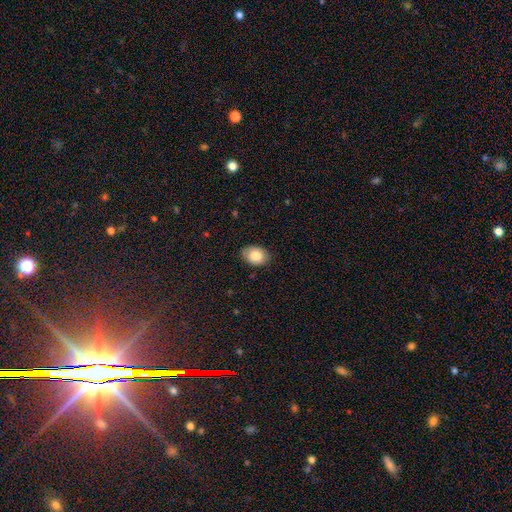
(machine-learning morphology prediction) The model was most divided on "how rounded": in between: 76%, round: 23%, cigar-shaped: 1%. More confident: smooth or featured — smooth (84%); merging — none (82%).